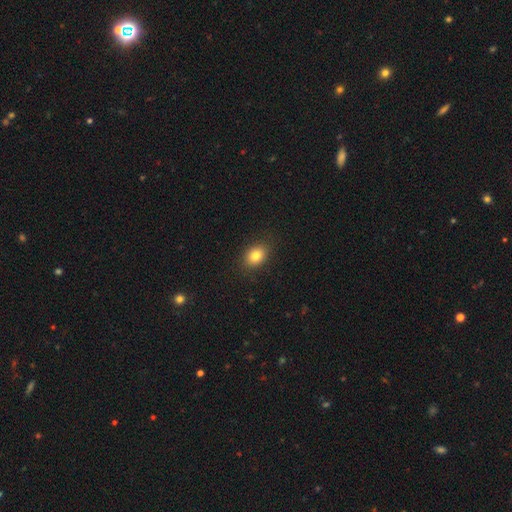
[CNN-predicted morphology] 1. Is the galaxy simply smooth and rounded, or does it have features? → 81% smooth, 10% star or artifact, 9% featured or disk.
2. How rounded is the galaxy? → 68% in between, 30% round, 1% cigar-shaped.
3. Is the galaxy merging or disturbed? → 87% none, 9% minor disturbance, 3% major disturbance, 1% merger.